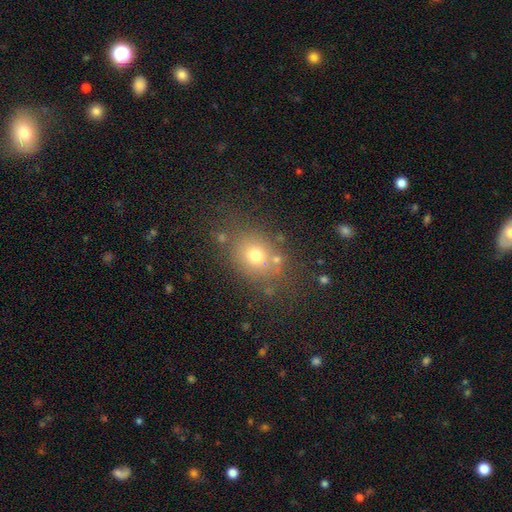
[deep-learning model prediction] Smooth or featured: smooth — 69% (star or artifact — 18%)
How rounded: round — 54% (in between — 45%)
Merging: none — 72% (minor disturbance — 14%)